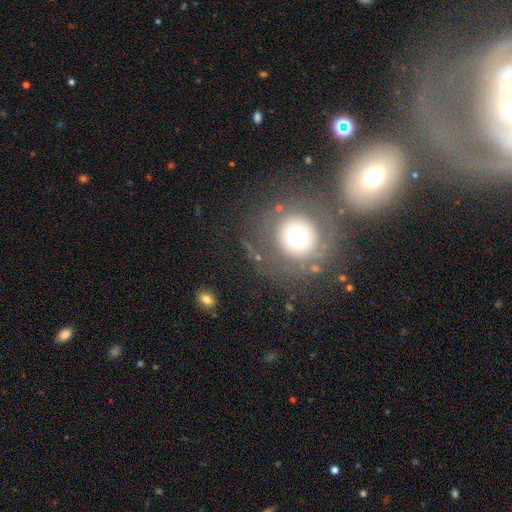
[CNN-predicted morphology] The model was most divided on "smooth or featured": smooth: 50%, featured or disk: 32%, star or artifact: 19%. More confident: merging — none (58%).